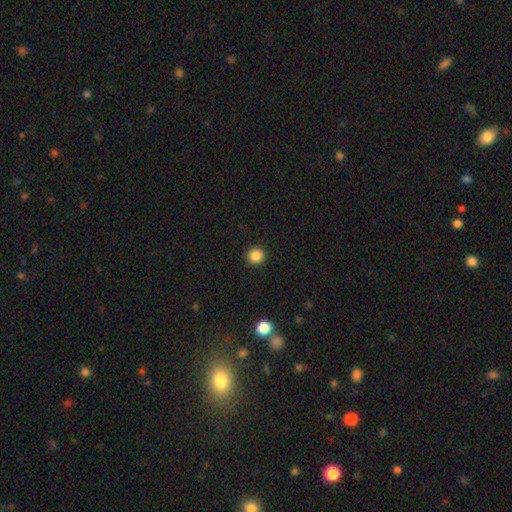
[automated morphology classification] This is clearly a smooth galaxy (87%). How rounded: clearly round (94%). Merging: clearly none (93%).